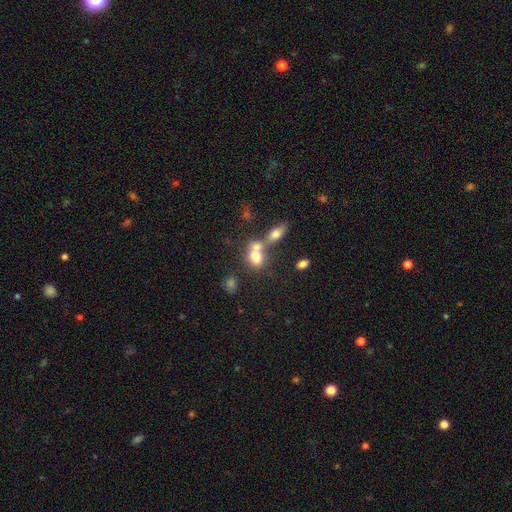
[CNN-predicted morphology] Smooth or featured? Predicted: smooth (p=0.72). How rounded? Predicted: in between (p=0.65). Merging? Predicted: merger (p=0.55).